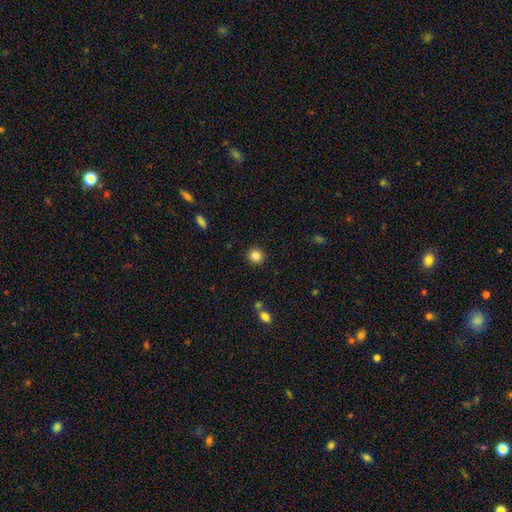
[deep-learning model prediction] Smooth or featured? Predicted: smooth (p=0.84). How rounded? Predicted: round (p=0.93). Merging? Predicted: none (p=0.92).